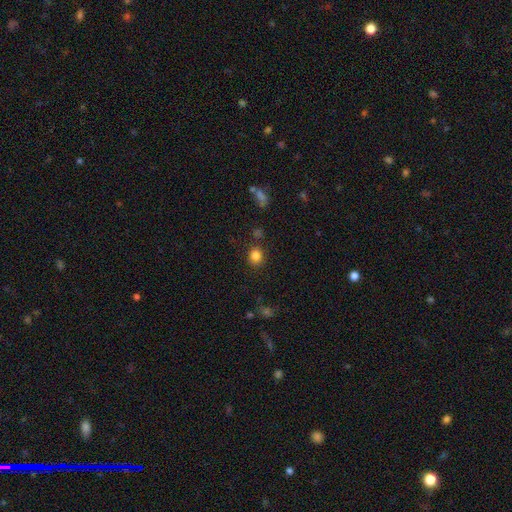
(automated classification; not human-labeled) smooth_or_featured: smooth (p=0.83) [alt: star or artifact p=0.12]
how_rounded: round (p=0.73) [alt: in between p=0.26]
merging: none (p=0.83) [alt: minor disturbance p=0.10]